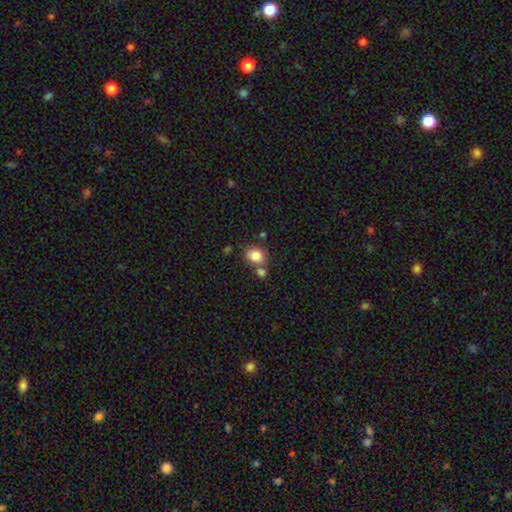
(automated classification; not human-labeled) The model was most divided on "how rounded": round: 54%, in between: 45%, cigar-shaped: 1%. More confident: smooth or featured — smooth (84%); merging — none (58%).